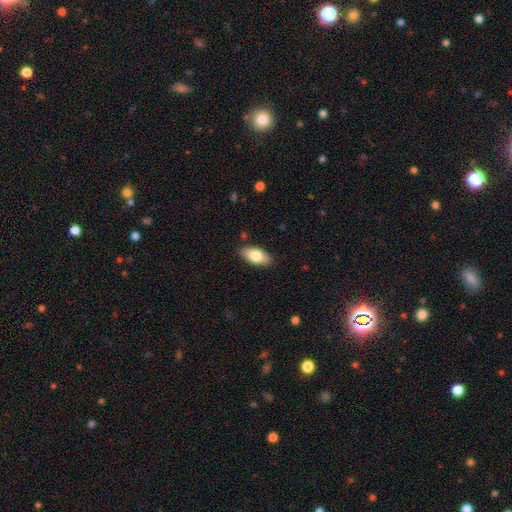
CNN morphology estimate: A smooth galaxy with no disk features (76%) that is in between round and cigar-shaped (89%).

Vote fractions:
- Smooth or featured? smooth: 76% / featured or disk: 18% / star or artifact: 6%
- How rounded? in between: 89% / cigar-shaped: 8% / round: 3%
- Merging? none: 86% / minor disturbance: 10% / major disturbance: 2% / merger: 1%